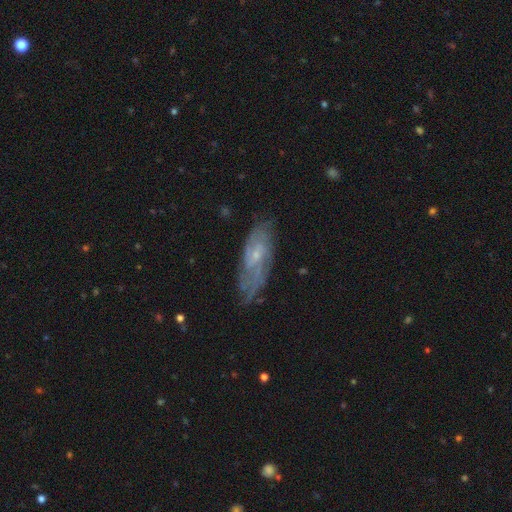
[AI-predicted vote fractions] A featured or disk galaxy (70%) with no bar (54%), spiral arms (84%) and a small central bulge (73%).

Vote fractions:
- Smooth or featured? featured or disk: 70% / smooth: 22% / star or artifact: 8%
- Edge-on disk? no: 84% / yes: 16%
- Bar? no: 54% / weak: 38% / strong: 7%
- Spiral arms? yes: 84% / no: 16%
- Bulge size? small: 73% / moderate: 20% / none: 6% / large: 1% / dominant: 1%
- Merging? none: 66% / minor disturbance: 23% / major disturbance: 9% / merger: 2%